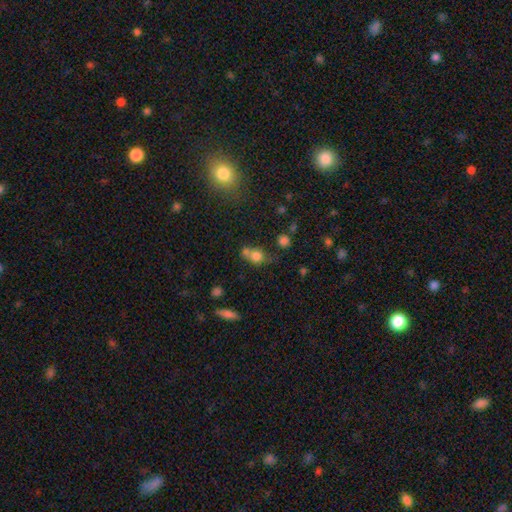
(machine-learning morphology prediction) smooth_or_featured: smooth (p=0.74) [alt: star or artifact p=0.13]
how_rounded: round (p=0.67) [alt: in between p=0.30]
merging: merger (p=0.43) [alt: none p=0.38]